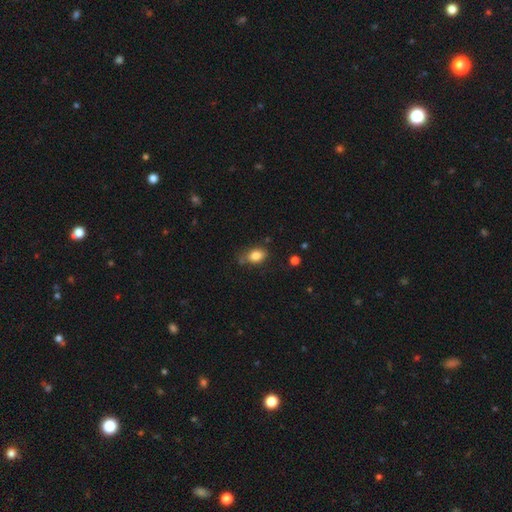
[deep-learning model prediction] A smooth galaxy with no disk features (84%) that is in between round and cigar-shaped (80%). Merging: none (66%).